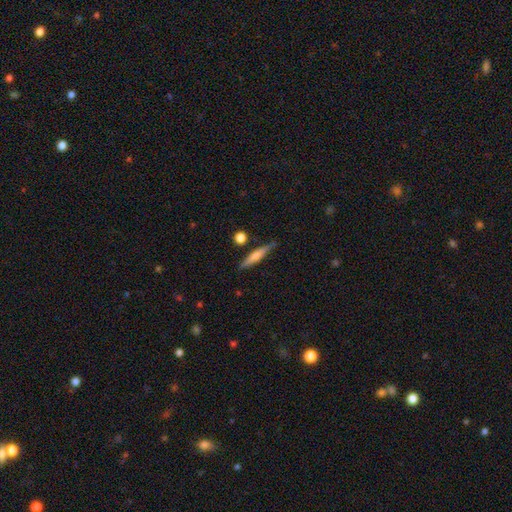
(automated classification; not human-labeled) This is possibly a smooth galaxy (52%). How rounded: clearly cigar-shaped (90%). Merging: clearly none (82%).